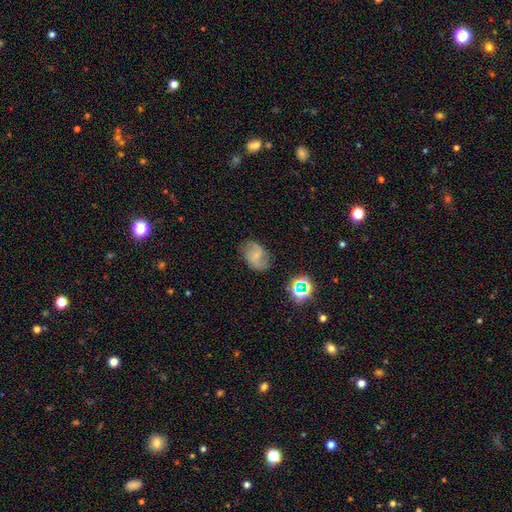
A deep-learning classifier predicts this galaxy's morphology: smooth-or-featured: featured or disk: 61% | smooth: 27% | star or artifact: 12%
  disk-edge-on: no: 97% | yes: 3%
    bar: weak: 46% | no: 42% | strong: 13%
    has-spiral-arms: yes: 91% | no: 9%
      spiral-winding: loose: 44% | medium: 42% | tight: 14%
      spiral-arm-count: 2: 86% | can't tell: 7% | 1: 3% | 3: 2% | 4: 1% | more than 4: 1%
    bulge-size: small: 57% | none: 26% | moderate: 15% | large: 2% | dominant: 1%
  merging: none: 71% | minor disturbance: 20% | major disturbance: 7% | merger: 2%